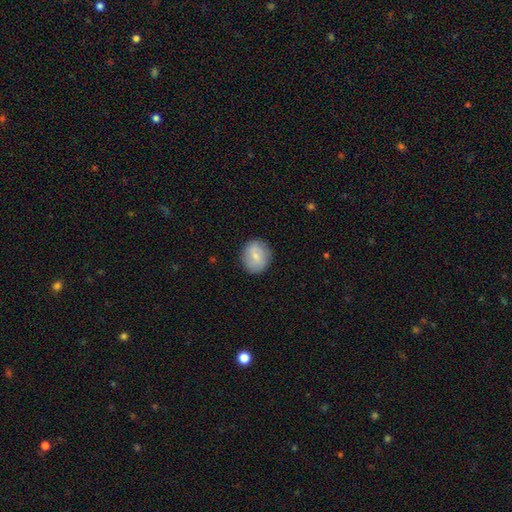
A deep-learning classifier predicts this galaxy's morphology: Smooth or featured: smooth — 70% (featured or disk — 23%)
How rounded: round — 74% (in between — 25%)
Merging: none — 85% (minor disturbance — 11%)